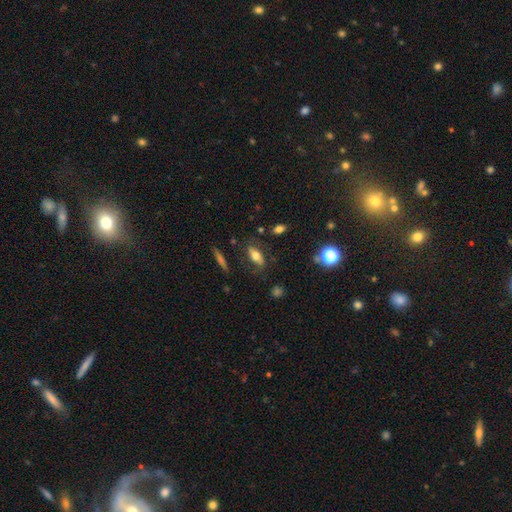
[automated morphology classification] The model was most divided on "smooth or featured": smooth: 56%, featured or disk: 35%, star or artifact: 9%. More confident: merging — none (72%); how rounded — in between (70%).